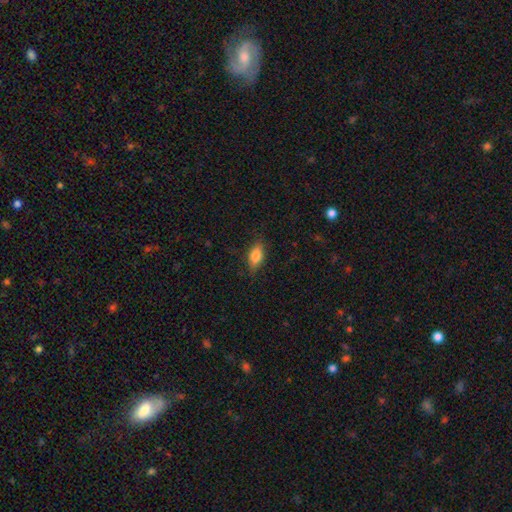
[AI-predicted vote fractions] smooth_or_featured: smooth (p=0.74) [alt: featured or disk p=0.18]
how_rounded: in between (p=0.81) [alt: cigar-shaped p=0.13]
merging: none (p=0.82) [alt: minor disturbance p=0.14]